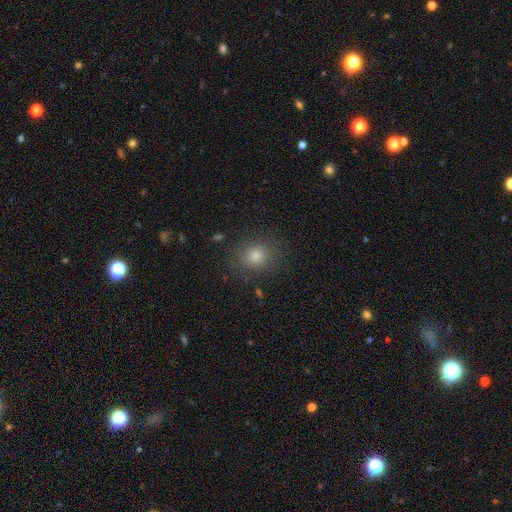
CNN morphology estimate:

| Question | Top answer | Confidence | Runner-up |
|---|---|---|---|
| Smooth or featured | smooth | 77% | star or artifact (16%) |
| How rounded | round | 70% | in between (29%) |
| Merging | none | 85% | minor disturbance (10%) |